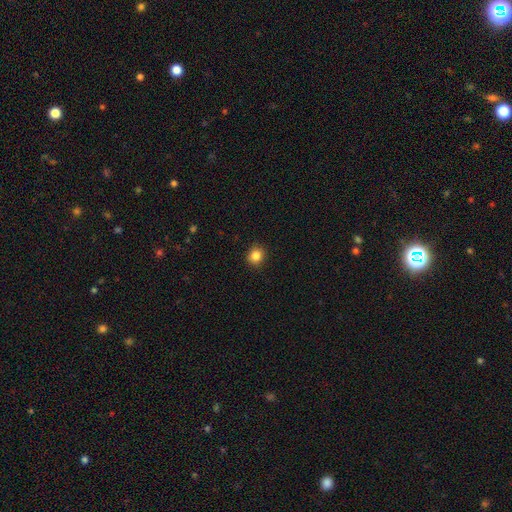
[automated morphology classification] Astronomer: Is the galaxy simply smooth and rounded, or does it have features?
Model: smooth — 85%.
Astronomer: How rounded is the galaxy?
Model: round — 85%.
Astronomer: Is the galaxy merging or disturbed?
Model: none — 90%.